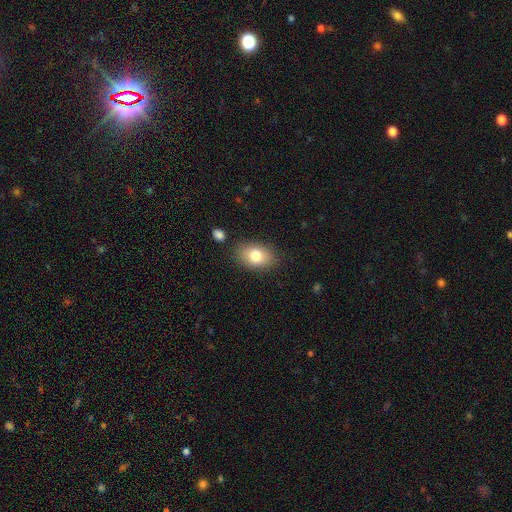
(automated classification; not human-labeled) Overall: smooth (78%). How rounded: in between (83%). Merging: none (83%).